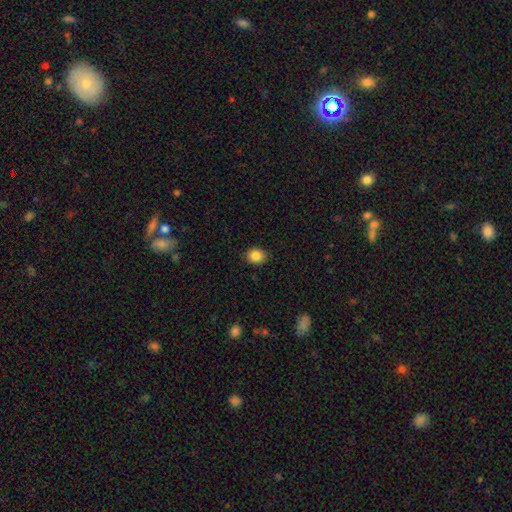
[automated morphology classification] smooth_or_featured: smooth (p=0.86) [alt: star or artifact p=0.09]
how_rounded: round (p=0.53) [alt: in between p=0.46]
merging: none (p=0.88) [alt: minor disturbance p=0.09]